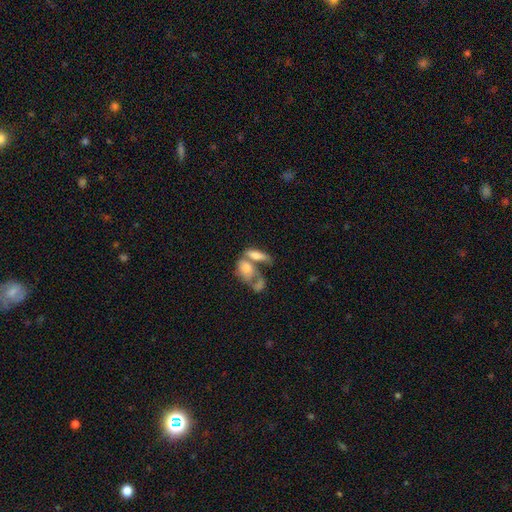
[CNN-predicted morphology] Overall: smooth (64%; featured or disk 28%). How rounded: in between (76%). Merging: merger (58%; none 24%).